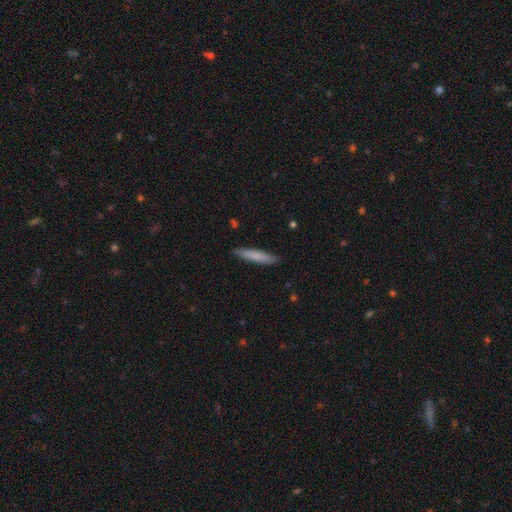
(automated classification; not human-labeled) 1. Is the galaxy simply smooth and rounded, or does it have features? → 79% smooth, 16% featured or disk, 6% star or artifact.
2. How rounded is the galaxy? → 91% cigar-shaped, 8% in between, 1% round.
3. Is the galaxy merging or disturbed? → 90% none, 8% minor disturbance, 1% major disturbance, 1% merger.